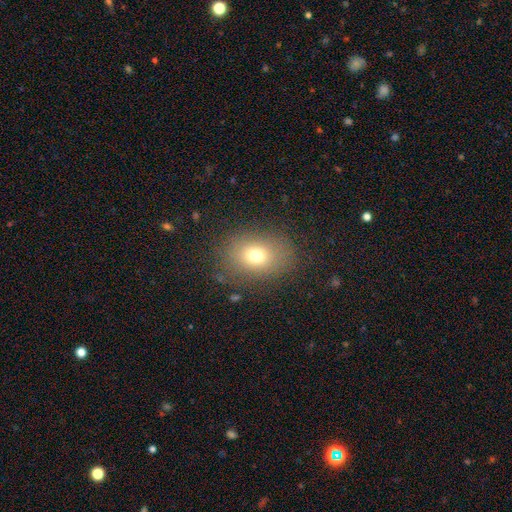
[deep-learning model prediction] smooth 73%, star or artifact 14%, featured or disk 13%. Down the decision tree: how rounded — in between (62%); merging — none (81%).